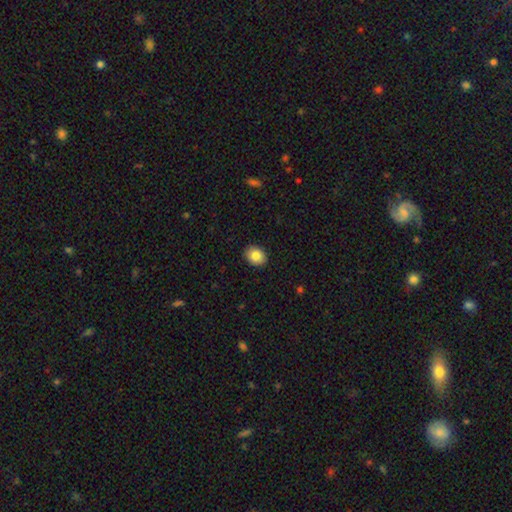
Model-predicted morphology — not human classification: A smooth galaxy with no disk features (85%) that is in between round and cigar-shaped (50%).

Vote fractions:
- Smooth or featured? smooth: 85% / star or artifact: 8% / featured or disk: 7%
- How rounded? in between: 50% / round: 49% / cigar-shaped: 1%
- Merging? none: 90% / minor disturbance: 7% / major disturbance: 2% / merger: 1%